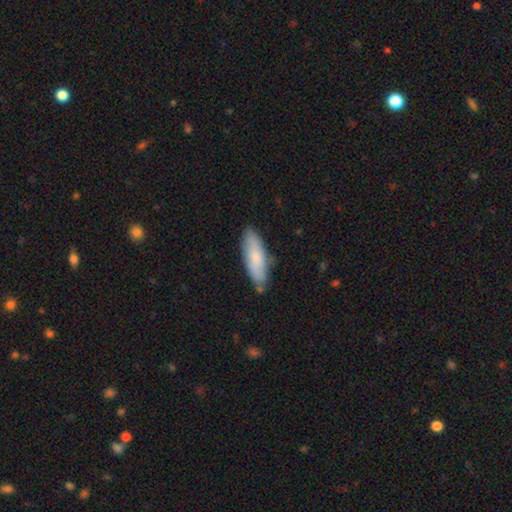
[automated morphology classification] type=smooth (78%); roundness=in between (53%); merging=none (79%).